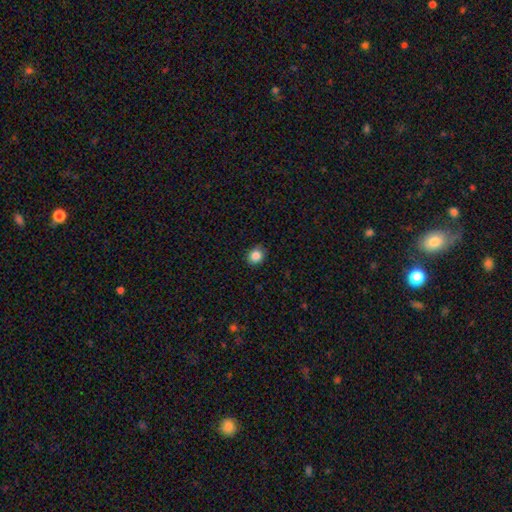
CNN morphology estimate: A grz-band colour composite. It shows a smooth galaxy with no disk features (86%) that is round (72%). Merging: none (86%).